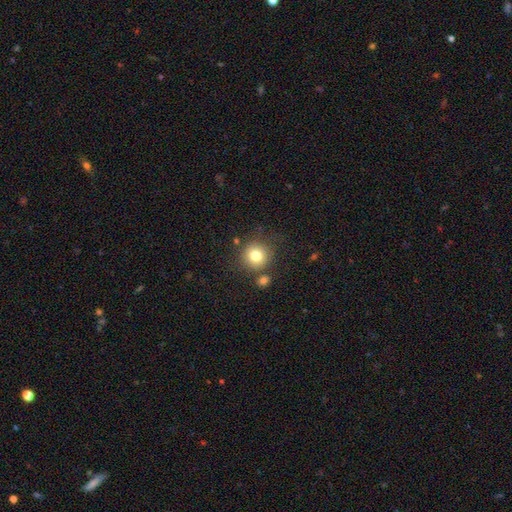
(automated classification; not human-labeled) Smooth or featured? Predicted: smooth (p=0.79). How rounded? Predicted: round (p=0.93). Merging? Predicted: none (p=0.76).